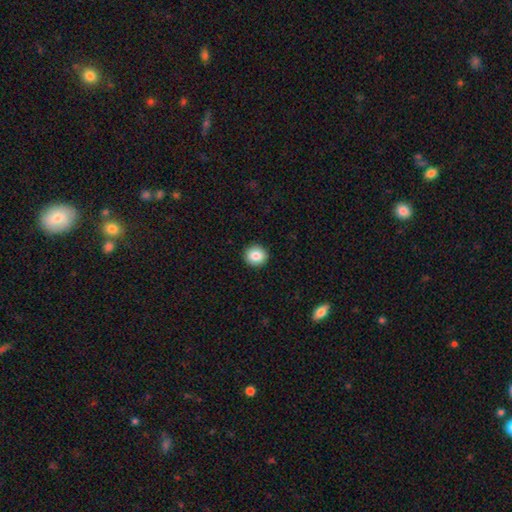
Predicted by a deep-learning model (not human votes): The model was most divided on "smooth or featured": smooth: 85%, star or artifact: 9%, featured or disk: 6%. More confident: merging — none (93%); how rounded — round (91%).